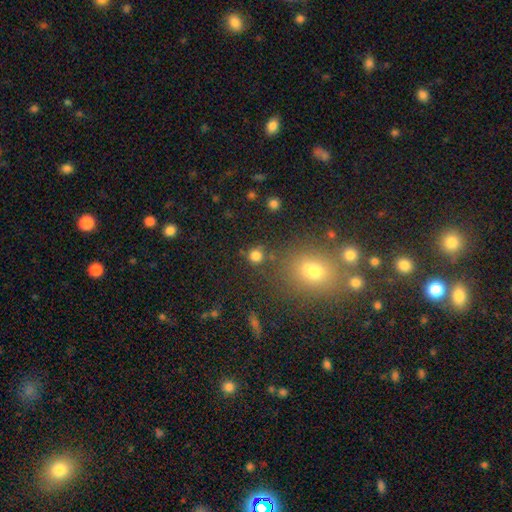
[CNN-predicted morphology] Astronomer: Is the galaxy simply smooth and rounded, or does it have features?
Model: smooth — 78%.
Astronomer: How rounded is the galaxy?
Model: round — 89%.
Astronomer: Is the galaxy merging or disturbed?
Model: none — 79%.